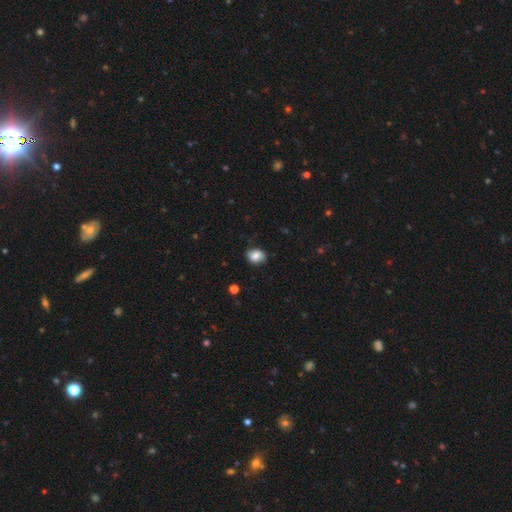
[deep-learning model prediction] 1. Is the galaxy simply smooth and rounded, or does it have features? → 73% smooth, 18% featured or disk, 9% star or artifact.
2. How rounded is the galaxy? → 53% in between, 45% round, 1% cigar-shaped.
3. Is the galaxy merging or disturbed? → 76% none, 18% minor disturbance, 4% major disturbance, 1% merger.